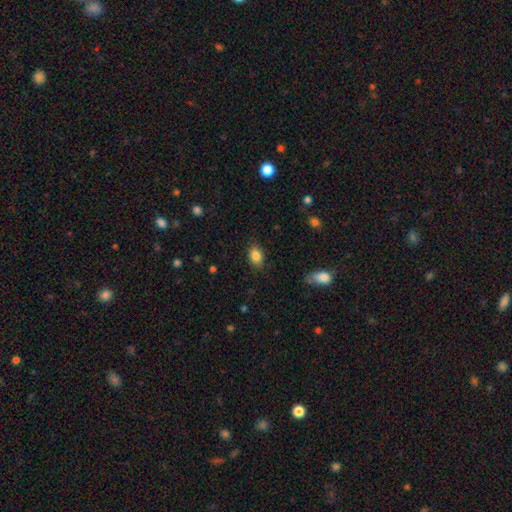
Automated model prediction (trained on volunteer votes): smooth 85%, star or artifact 9%, featured or disk 6%. Down the decision tree: how rounded — in between (80%); merging — none (84%).